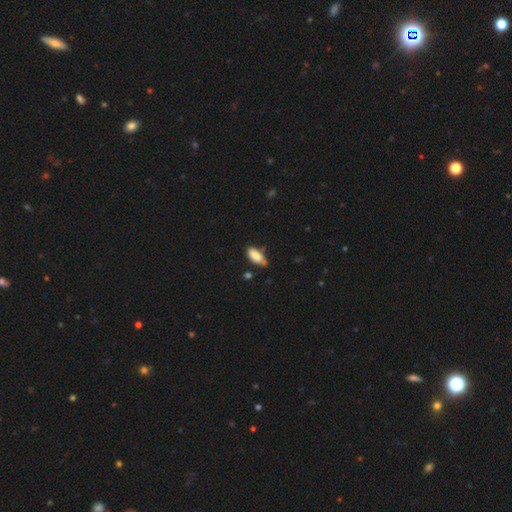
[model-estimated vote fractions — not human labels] Smooth or featured: smooth — 85% (featured or disk — 8%)
How rounded: in between — 88% (cigar-shaped — 10%)
Merging: none — 57% (minor disturbance — 31%)